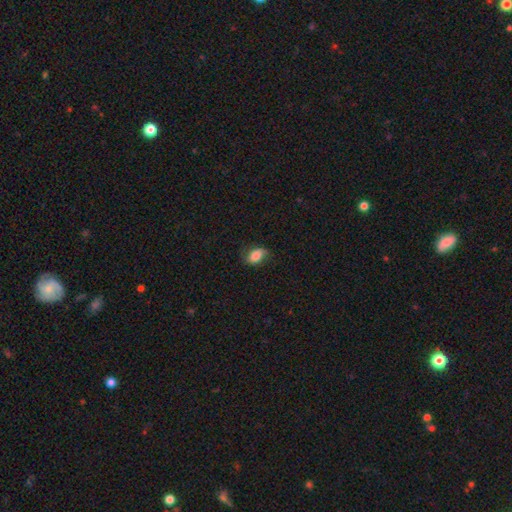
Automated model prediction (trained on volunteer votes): This appears to be a smooth galaxy with no disk features (69%) that is in between round and cigar-shaped (86%). Merging: none (63%).